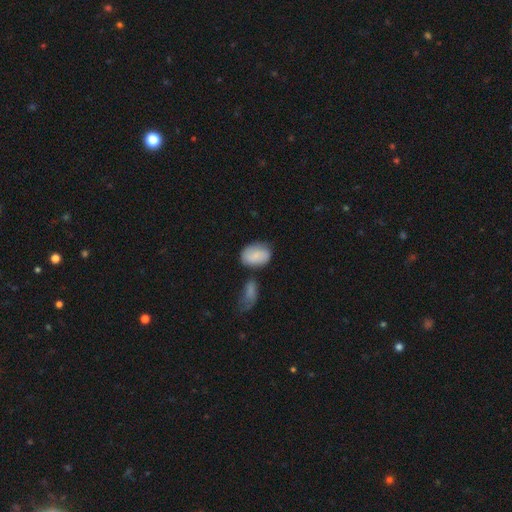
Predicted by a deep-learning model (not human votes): A smooth galaxy with no disk features (77%) that is in between round and cigar-shaped (84%). Merging: none (57%).